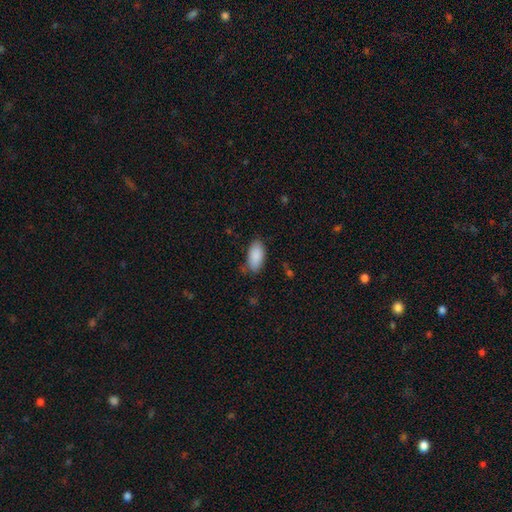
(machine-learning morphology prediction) Q: Smooth or featured?
A: smooth (89%); runner-up: star or artifact (6%)
Q: How rounded?
A: in between (93%); runner-up: cigar-shaped (5%)
Q: Merging?
A: none (78%); runner-up: minor disturbance (16%)